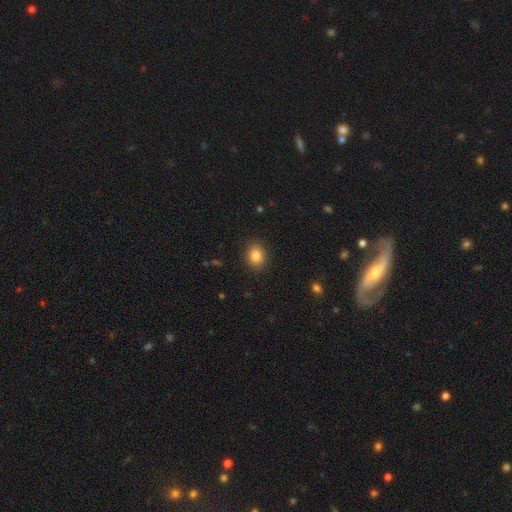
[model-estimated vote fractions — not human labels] smooth 85%, star or artifact 10%, featured or disk 6%. Down the decision tree: how rounded — in between (52%); merging — none (88%).